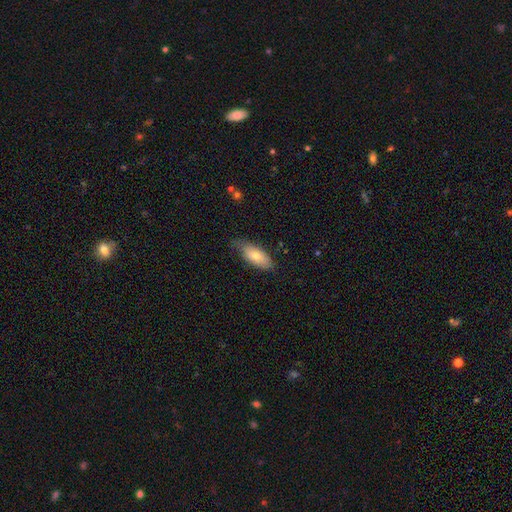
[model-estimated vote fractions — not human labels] smooth 72%, featured or disk 22%, star or artifact 6%. Down the decision tree: how rounded — in between (83%); merging — none (64%).